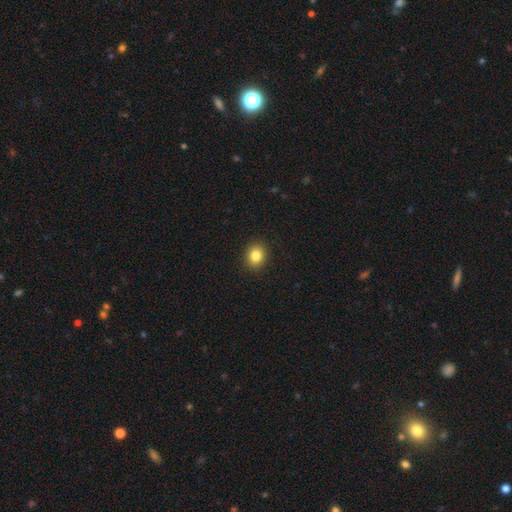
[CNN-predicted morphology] Smooth or featured?
  - smooth: 83% *
  - star or artifact: 10%
  - featured or disk: 6%
How rounded?
  - round: 63% *
  - in between: 36%
  - cigar-shaped: 1%
Merging?
  - none: 91% *
  - minor disturbance: 6%
  - major disturbance: 2%
  - merger: 1%